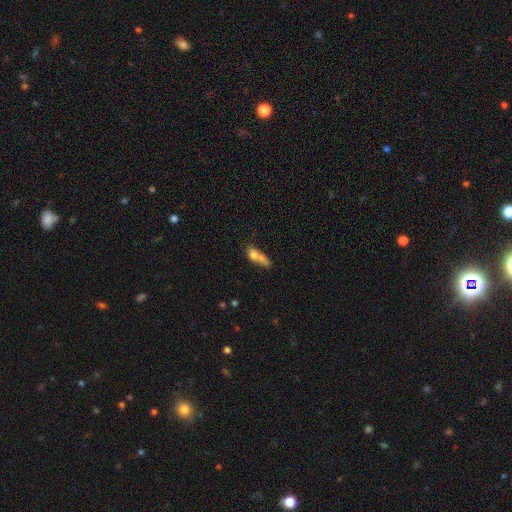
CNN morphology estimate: smooth_or_featured: smooth (p=0.66) [alt: featured or disk p=0.23]
how_rounded: in between (p=0.48) [alt: cigar-shaped p=0.39]
merging: merger (p=0.39) [alt: none p=0.28]